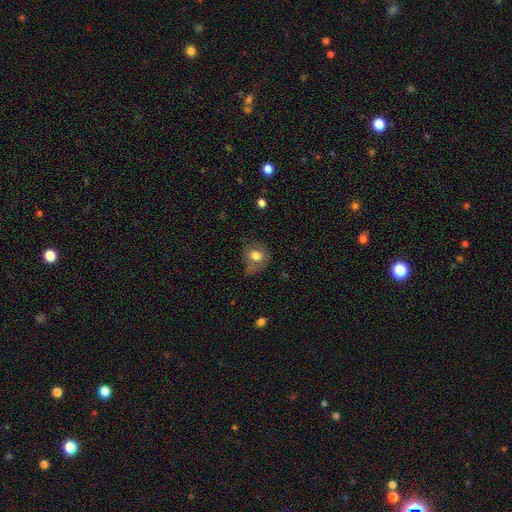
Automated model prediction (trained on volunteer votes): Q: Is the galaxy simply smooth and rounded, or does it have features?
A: smooth — 75%.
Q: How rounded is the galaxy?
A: round — 62%.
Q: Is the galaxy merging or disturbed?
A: none — 51%.